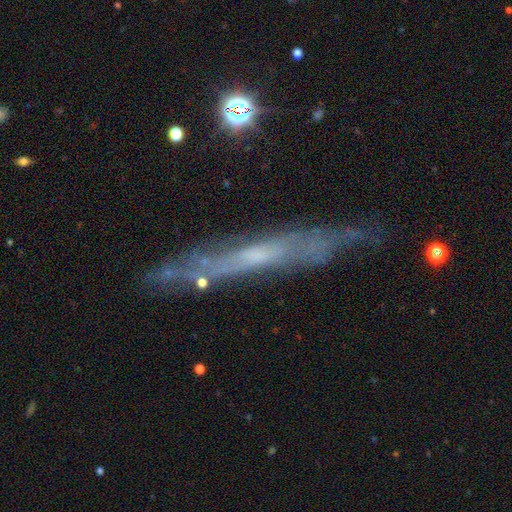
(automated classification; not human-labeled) Smooth or featured? Predicted: featured or disk (p=0.72). Edge-on disk? Predicted: yes (p=0.73). Edge-on bulge? Predicted: none (p=0.66). Merging? Predicted: none (p=0.76).